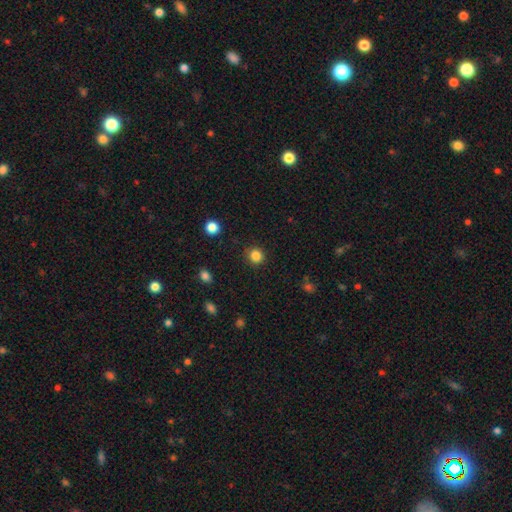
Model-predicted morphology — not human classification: Smooth or featured? smooth (85%)
How rounded? round (89%)
Merging? none (90%)